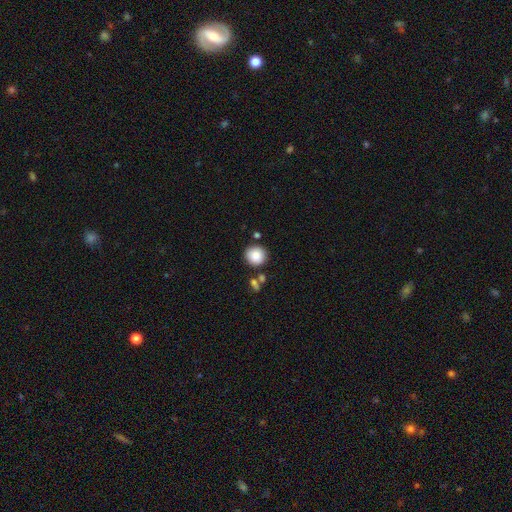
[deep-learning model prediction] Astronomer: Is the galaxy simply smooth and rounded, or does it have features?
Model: smooth — 85%.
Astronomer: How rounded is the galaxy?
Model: round — 92%.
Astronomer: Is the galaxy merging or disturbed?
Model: none — 80%.